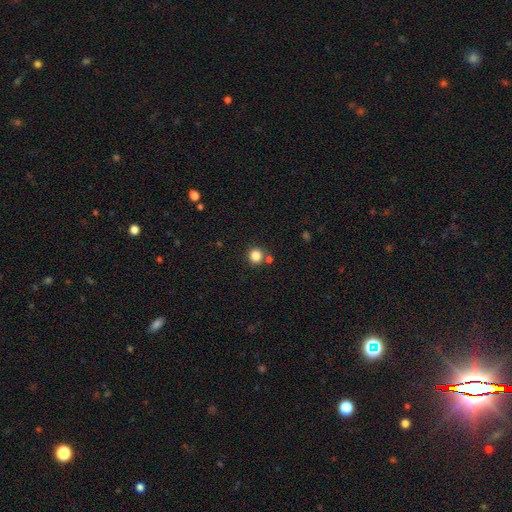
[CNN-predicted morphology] Overall: smooth (84%). How rounded: round (90%). Merging: none (79%).